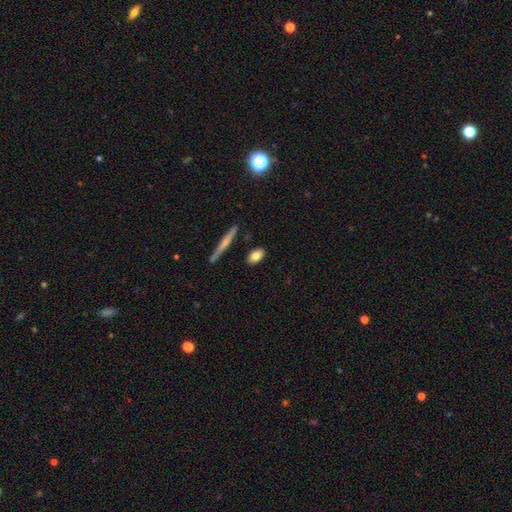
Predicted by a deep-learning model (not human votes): This is clearly a smooth galaxy (81%). How rounded: clearly in between (84%). Merging: clearly none (85%).